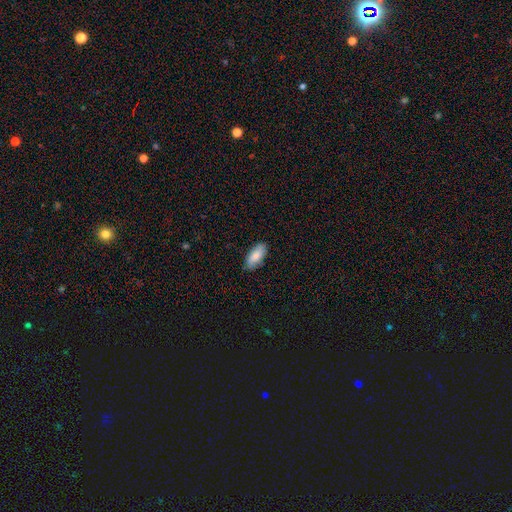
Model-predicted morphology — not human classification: smooth_or_featured: smooth (p=0.83) [alt: featured or disk p=0.11]
how_rounded: in between (p=0.87) [alt: cigar-shaped p=0.11]
merging: none (p=0.82) [alt: minor disturbance p=0.14]